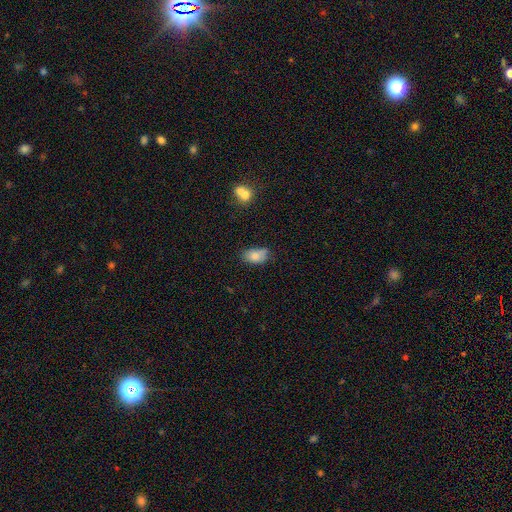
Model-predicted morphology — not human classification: Smooth or featured? Predicted: smooth (p=0.78). How rounded? Predicted: in between (p=0.89). Merging? Predicted: none (p=0.55).